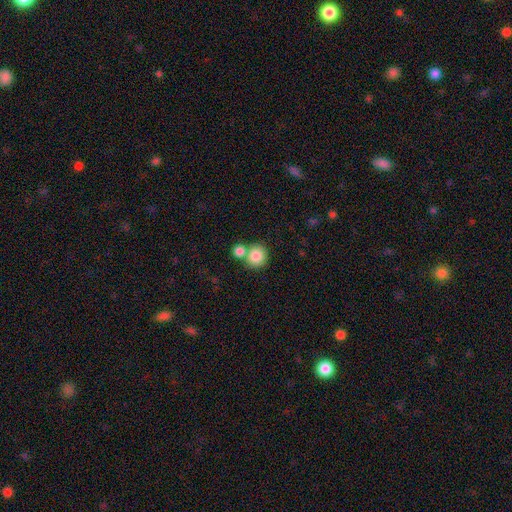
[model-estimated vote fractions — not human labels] Smooth or featured?
  - smooth: 84% *
  - star or artifact: 9%
  - featured or disk: 7%
How rounded?
  - round: 89% *
  - in between: 10%
  - cigar-shaped: 1%
Merging?
  - none: 55% *
  - merger: 36%
  - minor disturbance: 7%
  - major disturbance: 3%